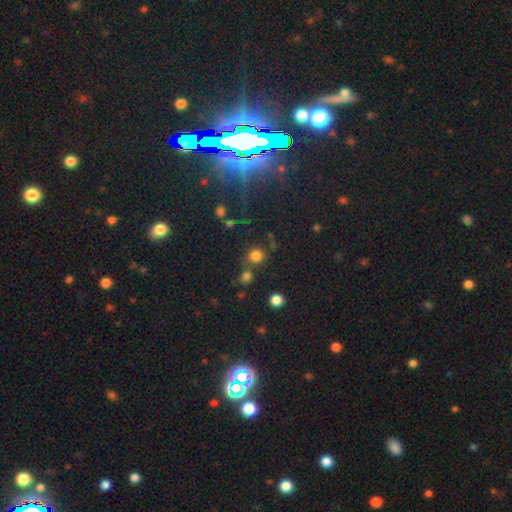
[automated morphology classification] Smooth or featured?
  - smooth: 76% *
  - star or artifact: 18%
  - featured or disk: 6%
How rounded?
  - round: 91% *
  - in between: 8%
  - cigar-shaped: 1%
Merging?
  - none: 71% *
  - merger: 17%
  - minor disturbance: 8%
  - major disturbance: 4%